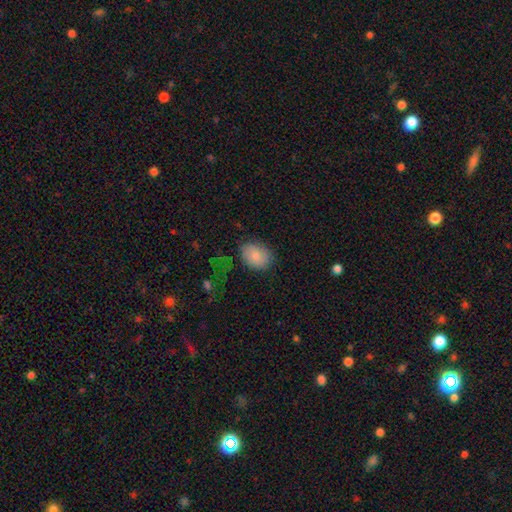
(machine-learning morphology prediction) smooth-or-featured: smooth: 84% | featured or disk: 9% | star or artifact: 7%
  how-rounded: in between: 68% | round: 31% | cigar-shaped: 1%
  merging: none: 76% | minor disturbance: 17% | major disturbance: 5% | merger: 2%